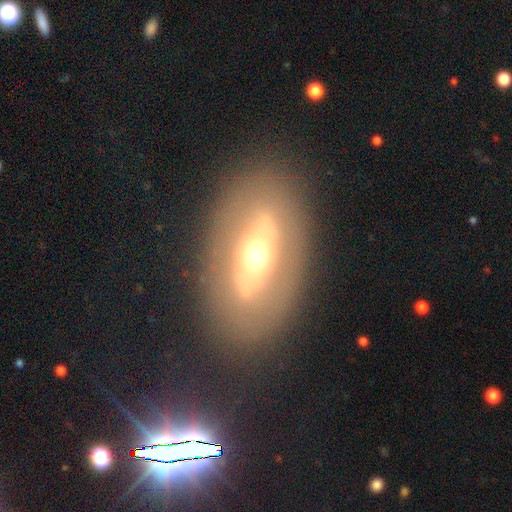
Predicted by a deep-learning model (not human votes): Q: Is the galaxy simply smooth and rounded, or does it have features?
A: featured or disk — 62%.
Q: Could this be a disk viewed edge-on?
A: no — 85%.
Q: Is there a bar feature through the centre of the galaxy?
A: no — 40%.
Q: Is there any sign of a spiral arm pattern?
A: no — 80%.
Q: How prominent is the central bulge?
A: moderate — 66%.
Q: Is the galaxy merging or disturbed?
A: none — 82%.